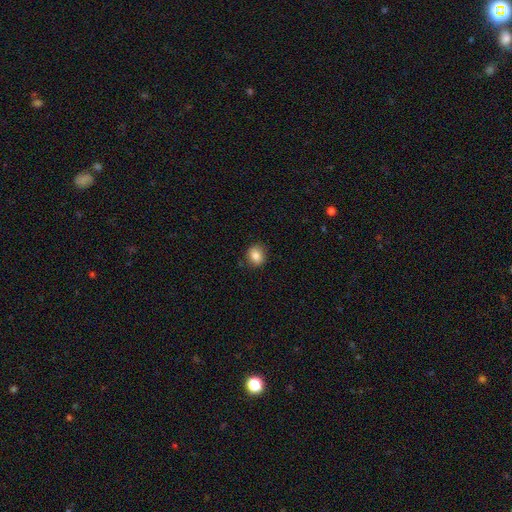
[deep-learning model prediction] Q: Smooth or featured?
A: smooth (83%); runner-up: star or artifact (9%)
Q: How rounded?
A: round (65%); runner-up: in between (34%)
Q: Merging?
A: none (85%); runner-up: minor disturbance (12%)